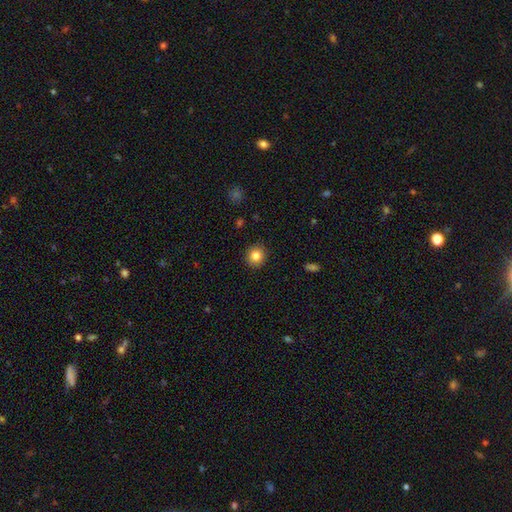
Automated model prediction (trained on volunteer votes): Overall: smooth (83%). How rounded: round (88%). Merging: none (91%).